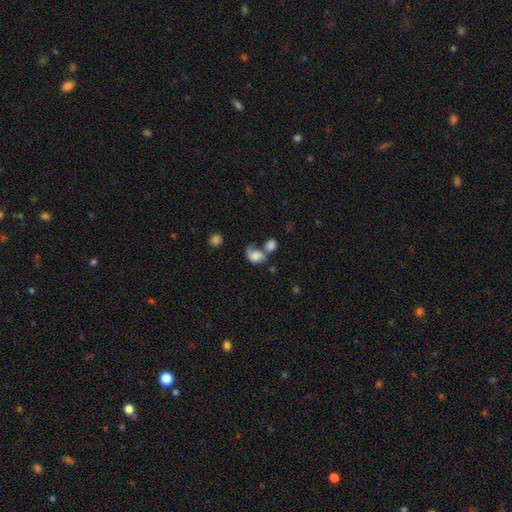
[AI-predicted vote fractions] smooth 64%, featured or disk 26%, star or artifact 10%. Down the decision tree: how rounded — in between (60%); merging — merger (50%).